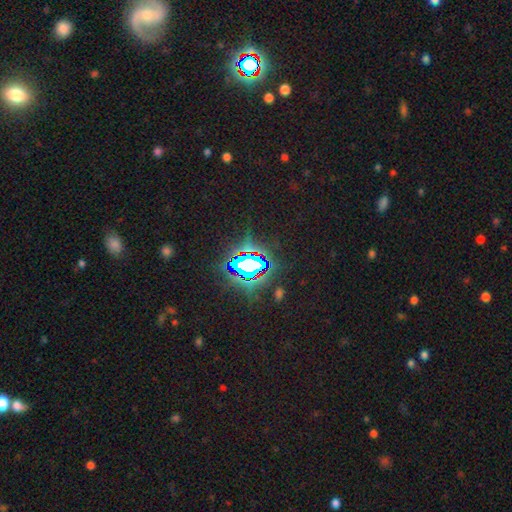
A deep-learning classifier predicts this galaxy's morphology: Q: Smooth or featured?
A: star or artifact (83%); runner-up: smooth (10%)